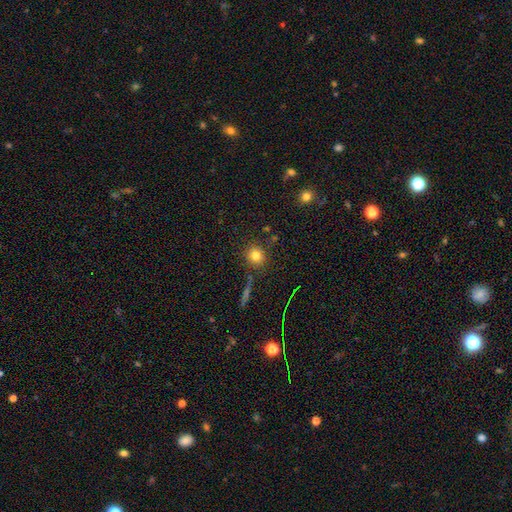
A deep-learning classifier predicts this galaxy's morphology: smooth 78%, star or artifact 14%, featured or disk 8%. Down the decision tree: how rounded — round (85%); merging — none (82%).